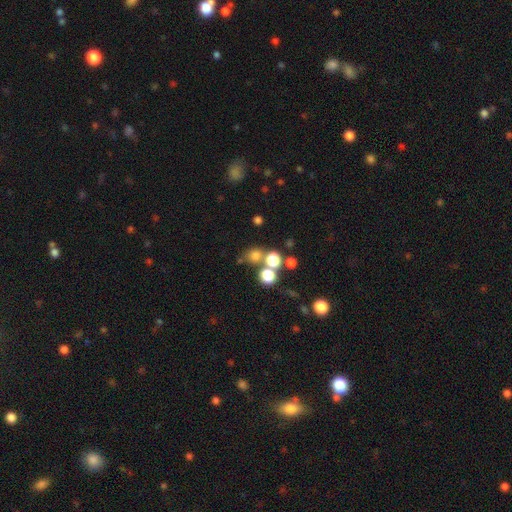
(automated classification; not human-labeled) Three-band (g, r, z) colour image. It shows a smooth galaxy with no disk features (70%) that is round (81%). Merging: none (57%).